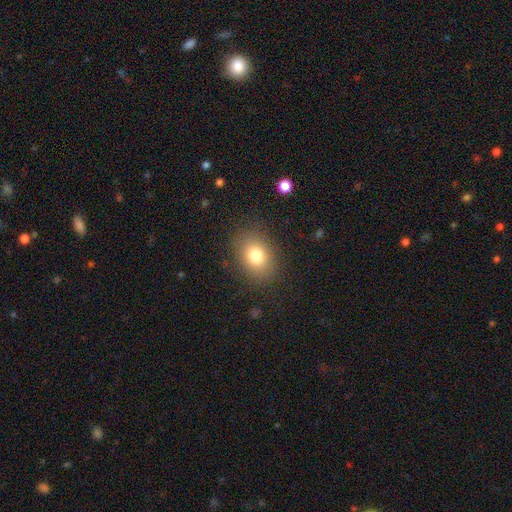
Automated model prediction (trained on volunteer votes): Overall: smooth (78%). How rounded: in between (60%; round 38%). Merging: none (85%).